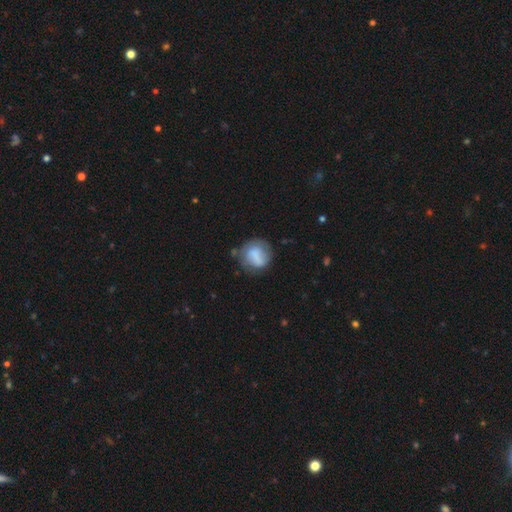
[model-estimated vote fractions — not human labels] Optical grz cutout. It shows a smooth galaxy with no disk features (71%) that is round (80%). Merging: none (57%).